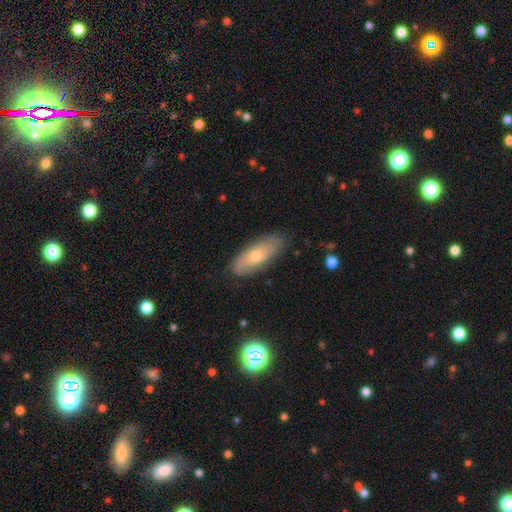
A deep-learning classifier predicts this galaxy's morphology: A smooth galaxy with no disk features (59%) that is in between round and cigar-shaped (68%).

Vote fractions:
- Smooth or featured? smooth: 59% / featured or disk: 33% / star or artifact: 8%
- How rounded? in between: 68% / cigar-shaped: 29% / round: 3%
- Merging? none: 83% / minor disturbance: 13% / major disturbance: 3% / merger: 1%